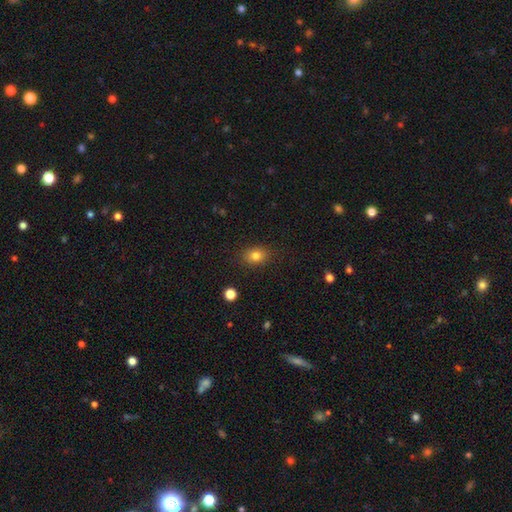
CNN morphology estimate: A smooth galaxy with no disk features (81%) that is in between round and cigar-shaped (64%).

Vote fractions:
- Smooth or featured? smooth: 81% / star or artifact: 11% / featured or disk: 8%
- How rounded? in between: 64% / round: 35% / cigar-shaped: 1%
- Merging? none: 85% / minor disturbance: 11% / major disturbance: 3% / merger: 1%